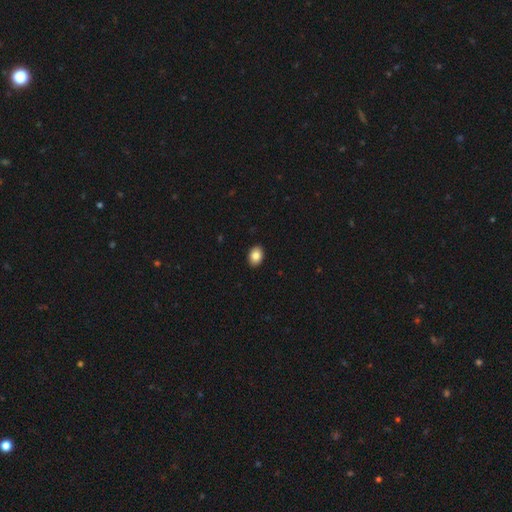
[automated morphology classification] Smooth or featured: smooth — 86% (star or artifact — 8%)
How rounded: in between — 78% (round — 21%)
Merging: none — 92% (minor disturbance — 6%)